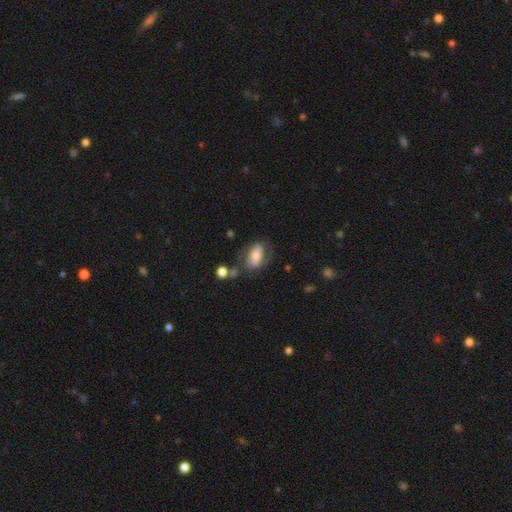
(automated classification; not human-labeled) The model was most divided on "smooth or featured": smooth: 57%, featured or disk: 35%, star or artifact: 8%. More confident: how rounded — in between (88%); merging — none (54%).